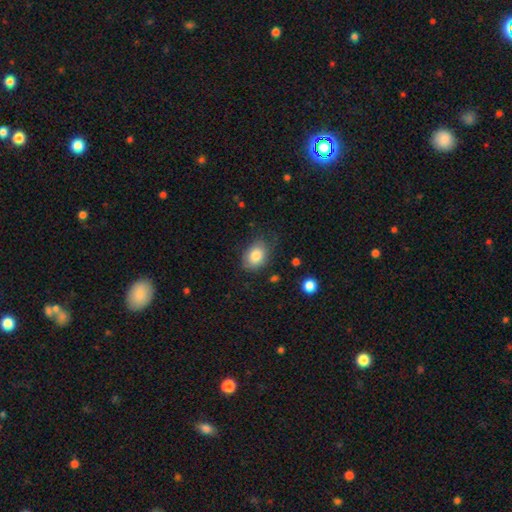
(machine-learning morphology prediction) smooth_or_featured: smooth (p=0.82) [alt: featured or disk p=0.10]
how_rounded: in between (p=0.74) [alt: round p=0.25]
merging: none (p=0.68) [alt: minor disturbance p=0.24]